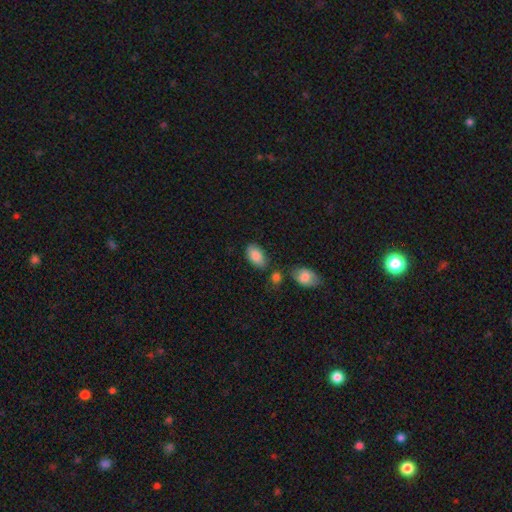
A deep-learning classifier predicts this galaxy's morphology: smooth-or-featured: smooth: 86% | featured or disk: 7% | star or artifact: 7%
  how-rounded: in between: 94% | round: 4% | cigar-shaped: 2%
  merging: none: 73% | minor disturbance: 15% | merger: 8% | major disturbance: 4%